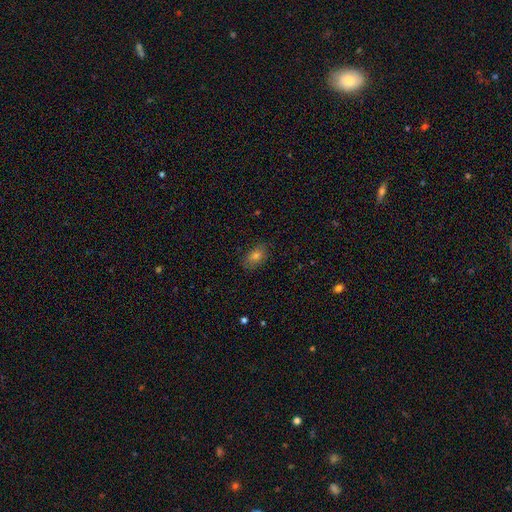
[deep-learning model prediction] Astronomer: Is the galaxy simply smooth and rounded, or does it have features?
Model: smooth — 67%.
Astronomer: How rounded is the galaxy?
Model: in between — 78%.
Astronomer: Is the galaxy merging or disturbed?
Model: none — 81%.